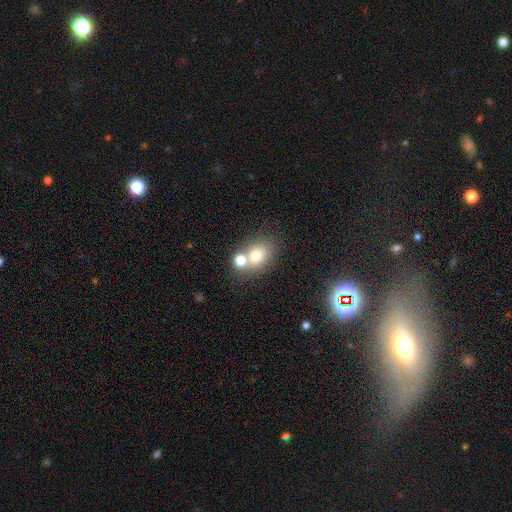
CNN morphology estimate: The model was most divided on "how rounded": in between: 54%, round: 45%, cigar-shaped: 1%. Remaining: smooth or featured — smooth (74%); merging — none (49%).